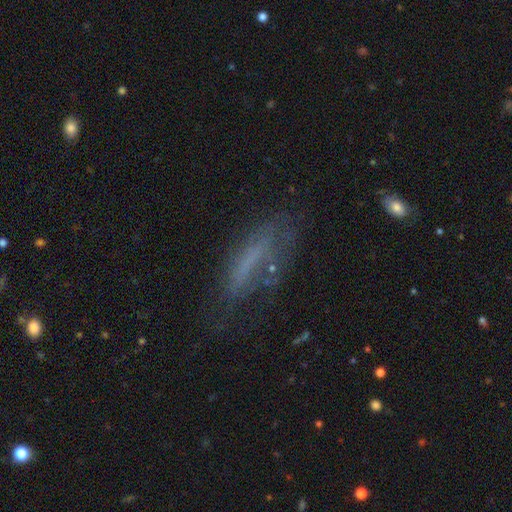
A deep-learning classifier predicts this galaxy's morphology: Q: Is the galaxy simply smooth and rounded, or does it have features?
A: smooth — 42%.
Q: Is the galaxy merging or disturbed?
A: none — 53%.